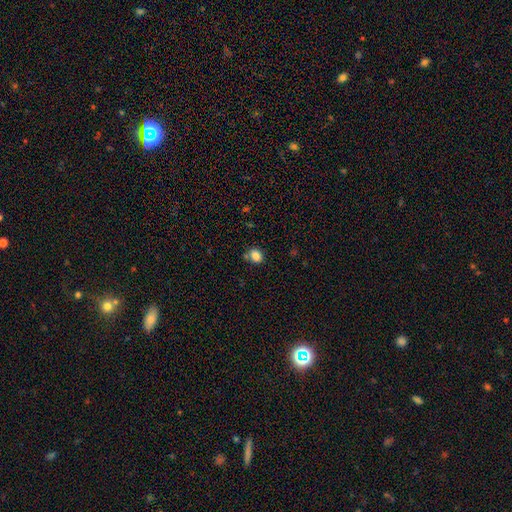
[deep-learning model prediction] Smooth or featured?
  - smooth: 85% *
  - star or artifact: 10%
  - featured or disk: 4%
How rounded?
  - in between: 53% *
  - round: 46%
  - cigar-shaped: 1%
Merging?
  - none: 70% *
  - minor disturbance: 14%
  - merger: 12%
  - major disturbance: 4%